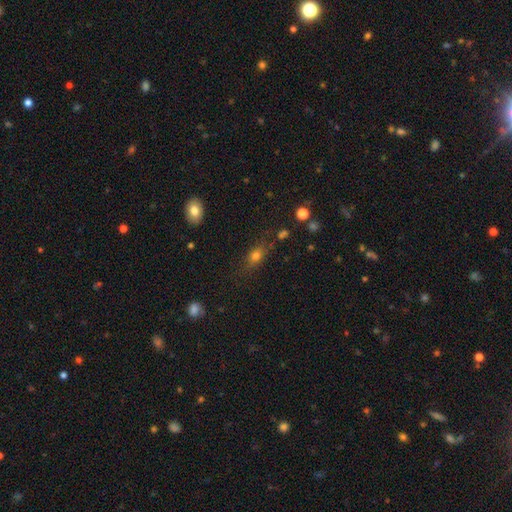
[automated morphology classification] smooth_or_featured: smooth (p=0.71) [alt: featured or disk p=0.15]
how_rounded: in between (p=0.66) [alt: round p=0.23]
merging: none (p=0.71) [alt: minor disturbance p=0.18]